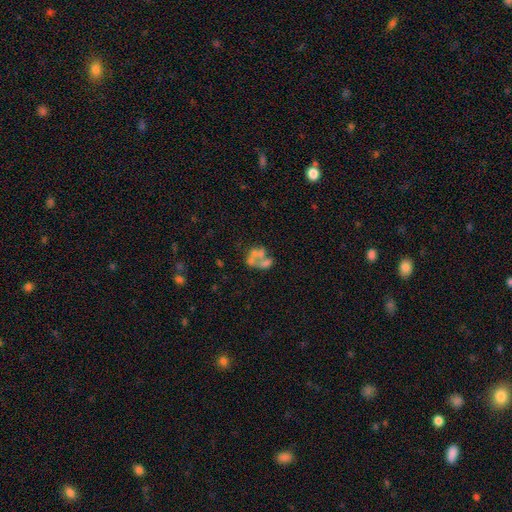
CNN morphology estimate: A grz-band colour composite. It shows a featured or disk galaxy (55%) with no bar (95%), no spiral arms (96%) and no central bulge (77%). Merging: merger (46%).